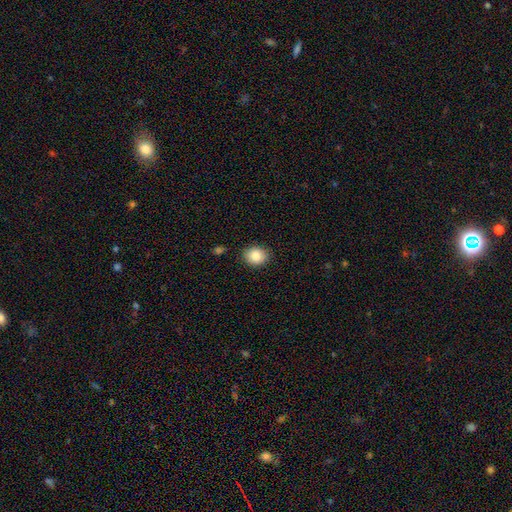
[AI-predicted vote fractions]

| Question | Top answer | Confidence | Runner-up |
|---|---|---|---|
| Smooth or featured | smooth | 85% | star or artifact (9%) |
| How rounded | round | 60% | in between (39%) |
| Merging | none | 87% | minor disturbance (10%) |